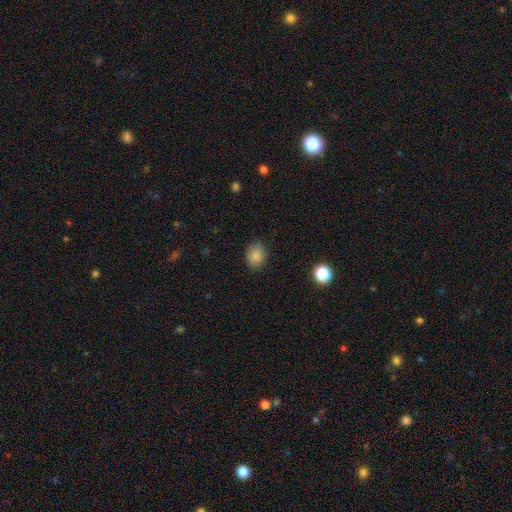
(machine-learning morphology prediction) This is clearly a smooth galaxy (85%). How rounded: likely in between (63%). Merging: clearly none (83%).